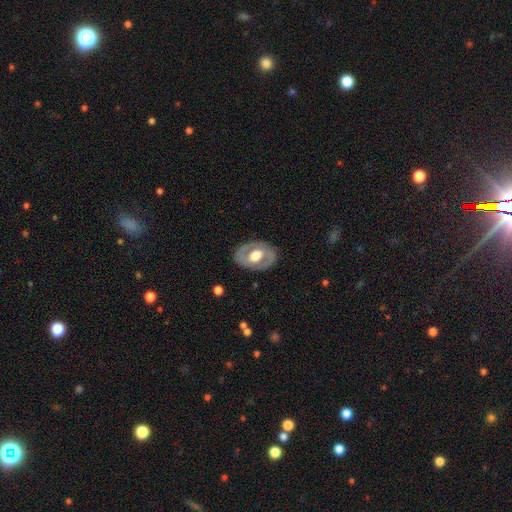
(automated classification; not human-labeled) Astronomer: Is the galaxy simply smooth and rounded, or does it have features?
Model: featured or disk — 61%.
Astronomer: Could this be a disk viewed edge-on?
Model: no — 92%.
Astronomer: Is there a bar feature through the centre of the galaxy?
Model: no — 70%.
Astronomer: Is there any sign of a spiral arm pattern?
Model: no — 75%.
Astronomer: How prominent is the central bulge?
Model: moderate — 50% (runner-up: large, 42%).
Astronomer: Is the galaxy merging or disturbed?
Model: none — 81%.